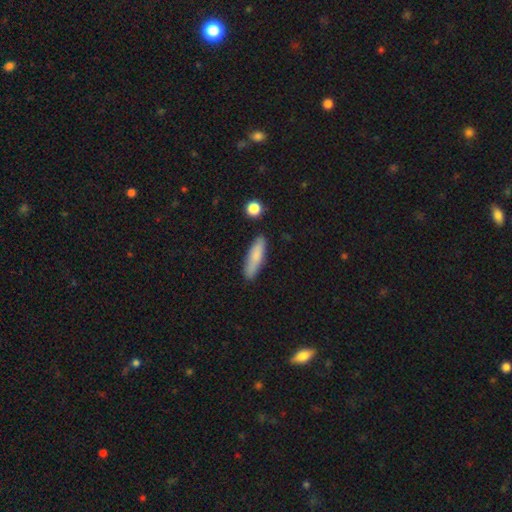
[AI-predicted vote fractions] Smooth or featured: smooth — 80% (featured or disk — 14%)
How rounded: cigar-shaped — 68% (in between — 30%)
Merging: none — 84% (minor disturbance — 11%)